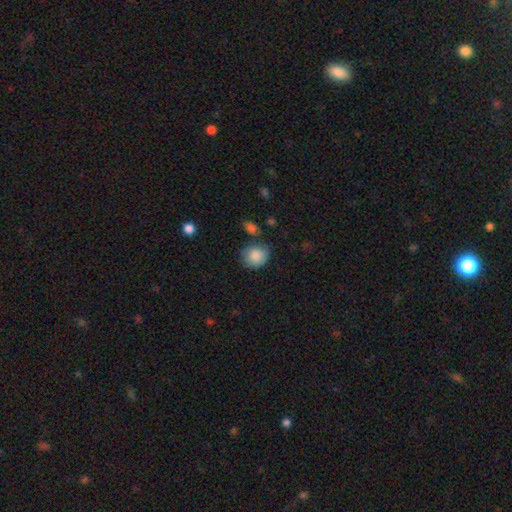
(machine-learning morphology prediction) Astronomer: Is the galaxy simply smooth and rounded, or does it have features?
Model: smooth — 87%.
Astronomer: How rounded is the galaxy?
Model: round — 71%.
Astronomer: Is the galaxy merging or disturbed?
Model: none — 65%.